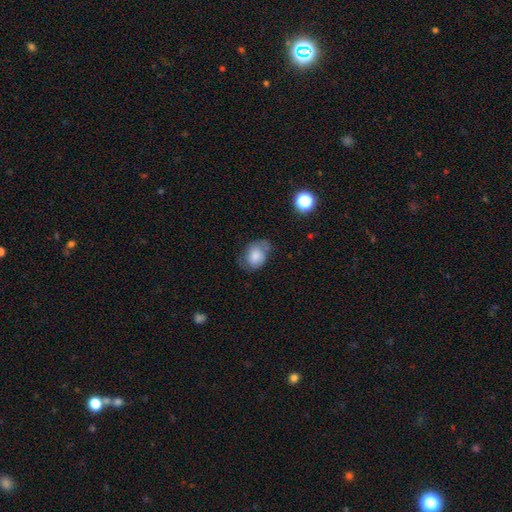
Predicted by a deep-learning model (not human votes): Smooth or featured? Predicted: smooth (p=0.71). How rounded? Predicted: in between (p=0.62). Merging? Predicted: none (p=0.51).